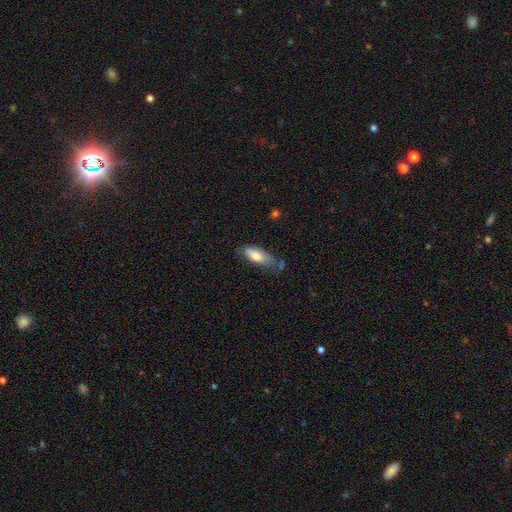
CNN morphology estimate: This is likely a smooth galaxy (75%). How rounded: likely in between (70%). Merging: possibly none (48%).